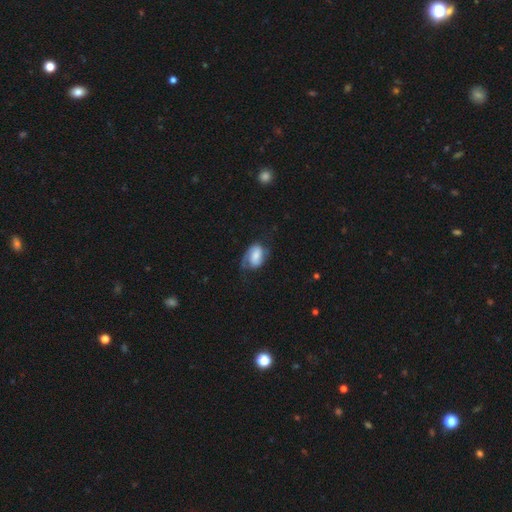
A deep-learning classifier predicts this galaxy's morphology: Overall: featured or disk (57%; smooth 35%). Edge-on disk: no (97%). Bar: no (42%; weak 39%). Spiral arms: yes (88%). Bulge size: moderate (32%; small 27%). Merging: none (49%; minor disturbance 27%).